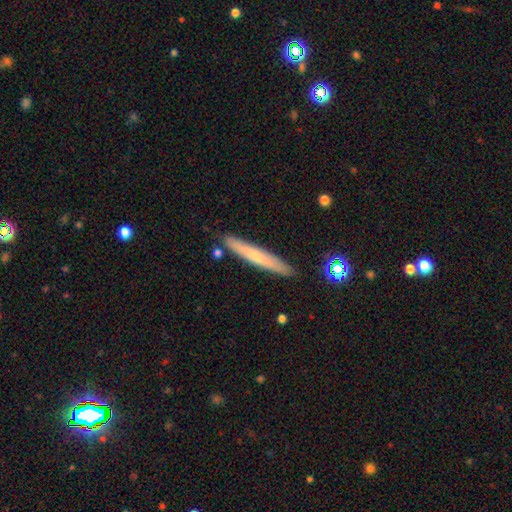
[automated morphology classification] Q: Smooth or featured?
A: smooth (62%); runner-up: featured or disk (32%)
Q: How rounded?
A: cigar-shaped (95%); runner-up: in between (3%)
Q: Merging?
A: none (88%); runner-up: minor disturbance (8%)